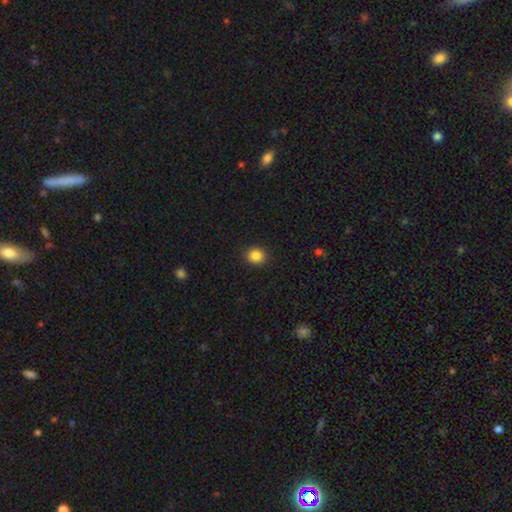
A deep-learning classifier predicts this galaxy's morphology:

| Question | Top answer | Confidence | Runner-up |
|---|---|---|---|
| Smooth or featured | smooth | 86% | star or artifact (10%) |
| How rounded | round | 80% | in between (20%) |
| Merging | none | 91% | minor disturbance (6%) |